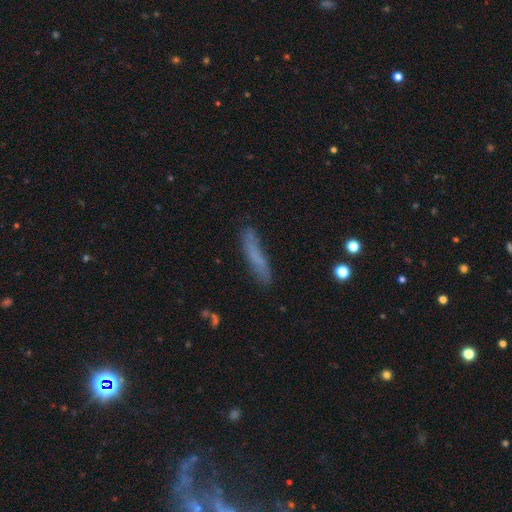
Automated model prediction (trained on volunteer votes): A smooth galaxy with no disk features (65%) that is cigar-shaped (87%).

Vote fractions:
- Smooth or featured? smooth: 65% / featured or disk: 25% / star or artifact: 10%
- How rounded? cigar-shaped: 87% / in between: 12% / round: 2%
- Merging? none: 74% / minor disturbance: 18% / major disturbance: 5% / merger: 3%